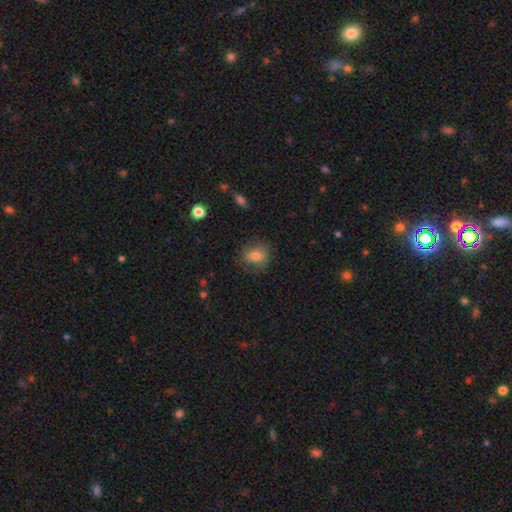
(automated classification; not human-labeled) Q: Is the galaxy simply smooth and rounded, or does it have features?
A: smooth — 76%.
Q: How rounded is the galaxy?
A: round — 51%.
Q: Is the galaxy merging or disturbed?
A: none — 69%.